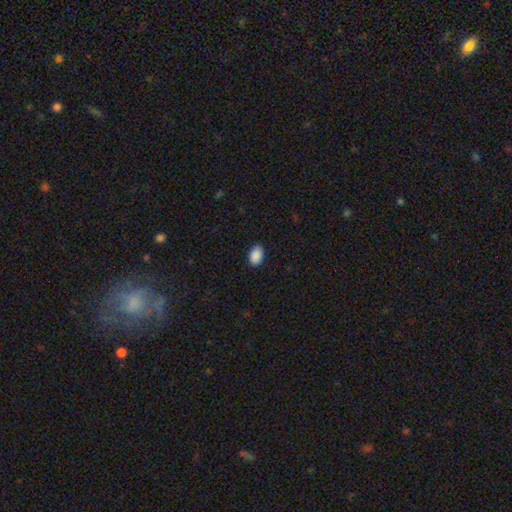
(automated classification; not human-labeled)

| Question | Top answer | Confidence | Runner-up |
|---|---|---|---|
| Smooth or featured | smooth | 90% | star or artifact (7%) |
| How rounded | in between | 88% | round (11%) |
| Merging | none | 88% | minor disturbance (9%) |